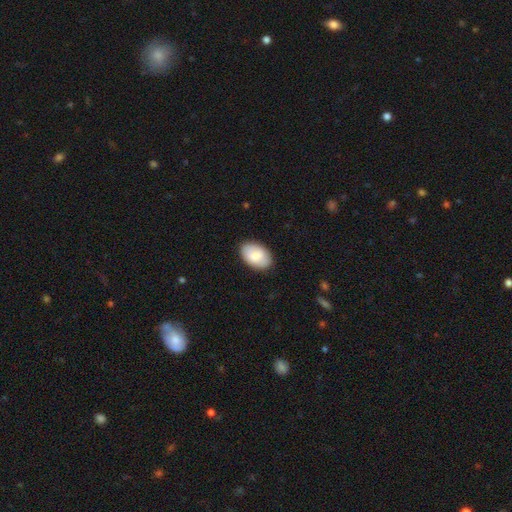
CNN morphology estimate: Overall: smooth (80%). How rounded: in between (91%). Merging: none (86%).